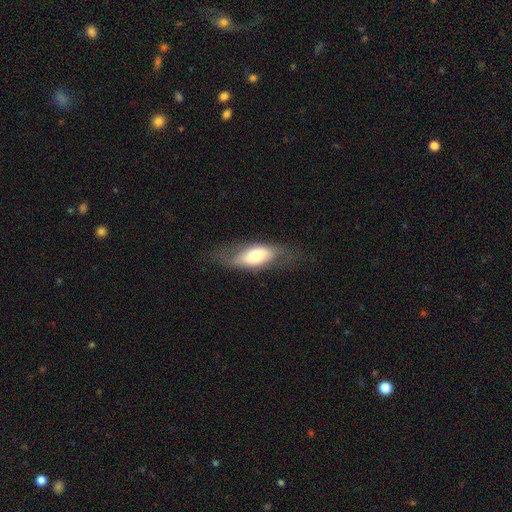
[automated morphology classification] Smooth or featured? smooth (56%)
How rounded? in between (77%)
Merging? none (65%)